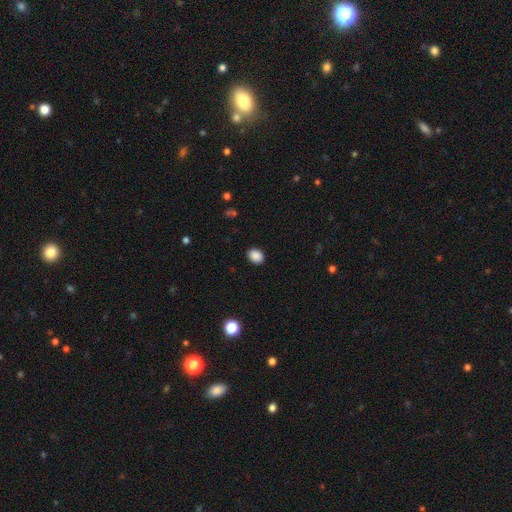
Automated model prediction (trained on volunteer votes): A smooth galaxy with no disk features (89%) that is in between round and cigar-shaped (62%). Merging: none (90%).